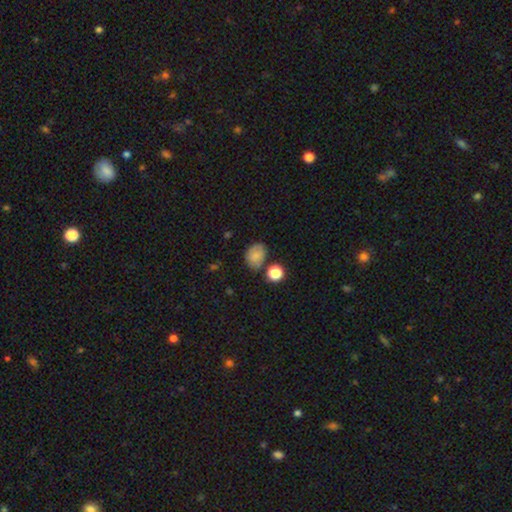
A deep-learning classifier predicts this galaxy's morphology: smooth 79%, star or artifact 11%, featured or disk 10%. Down the decision tree: how rounded — in between (60%); merging — none (65%).